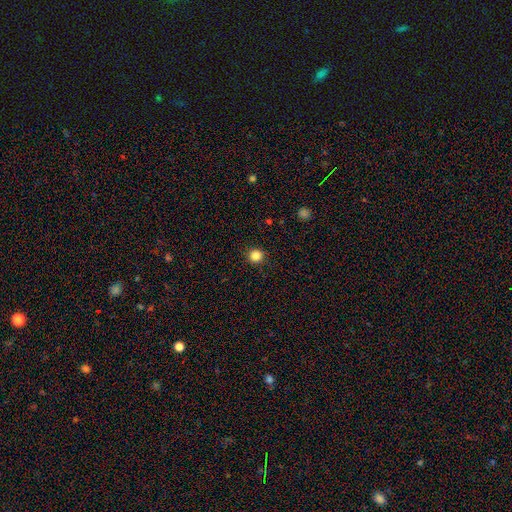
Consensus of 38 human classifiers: Smooth or featured? 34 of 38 (89%) said smooth. How rounded? 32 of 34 (94%) said round. Merging? 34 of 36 (94%) said none.